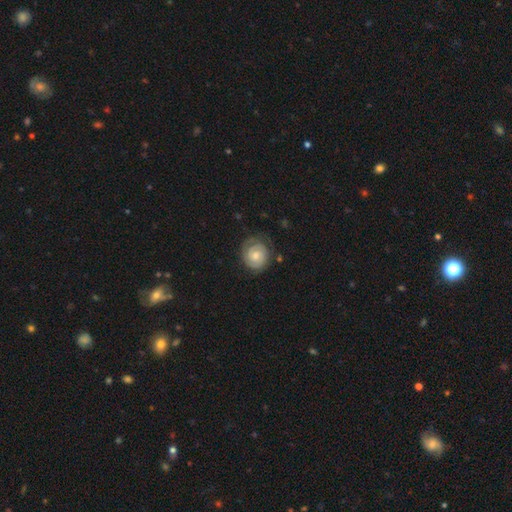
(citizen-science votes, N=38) featured or disk 68%, smooth 26%, star or artifact 5%. Down the decision tree: edge-on disk — no (100%); bar — no (69%); spiral arms — yes (88%); spiral arm count — 2 (70%); spiral winding — tight (70%); bulge size — moderate (58%); merging — none (72%).